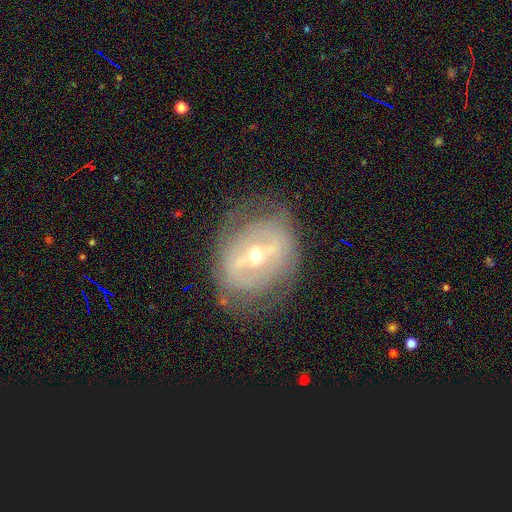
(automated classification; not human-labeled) Smooth or featured?
  - featured or disk: 75% *
  - smooth: 18%
  - star or artifact: 7%
Edge-on disk?
  - no: 93% *
  - yes: 7%
Bar?
  - strong: 49% *
  - weak: 34%
  - no: 17%
Spiral arms?
  - no: 54% *
  - yes: 46%
Bulge size?
  - moderate: 63% *
  - small: 31%
  - large: 4%
  - dominant: 1%
  - none: 1%
Merging?
  - none: 68% *
  - minor disturbance: 19%
  - major disturbance: 11%
  - merger: 1%